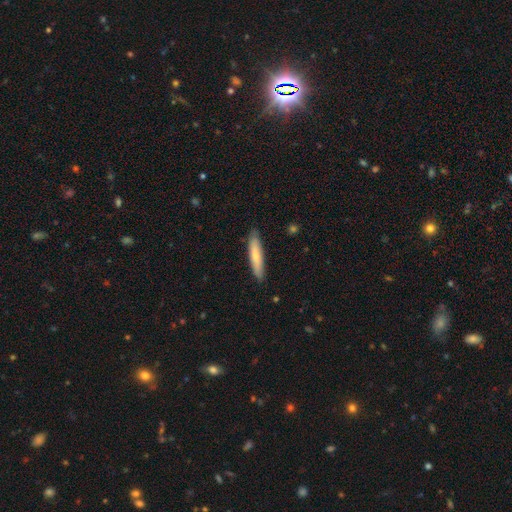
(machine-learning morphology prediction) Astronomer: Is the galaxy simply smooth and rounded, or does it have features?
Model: smooth — 72%.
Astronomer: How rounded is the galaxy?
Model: cigar-shaped — 87%.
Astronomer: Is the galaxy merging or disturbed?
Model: none — 87%.